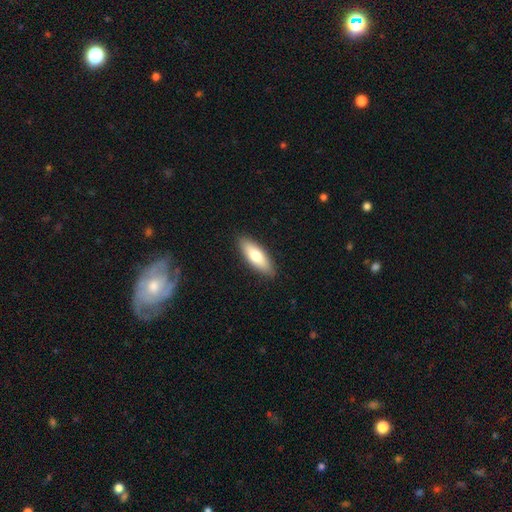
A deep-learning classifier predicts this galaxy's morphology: This is likely a smooth galaxy (71%). How rounded: likely in between (62%). Merging: clearly none (89%).